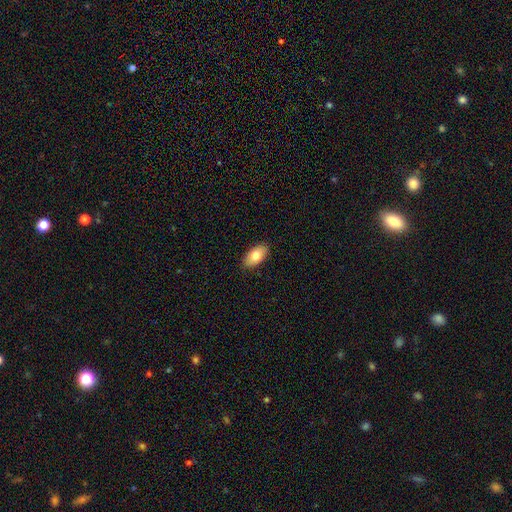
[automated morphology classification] Smooth or featured? smooth (79%)
How rounded? in between (94%)
Merging? none (89%)